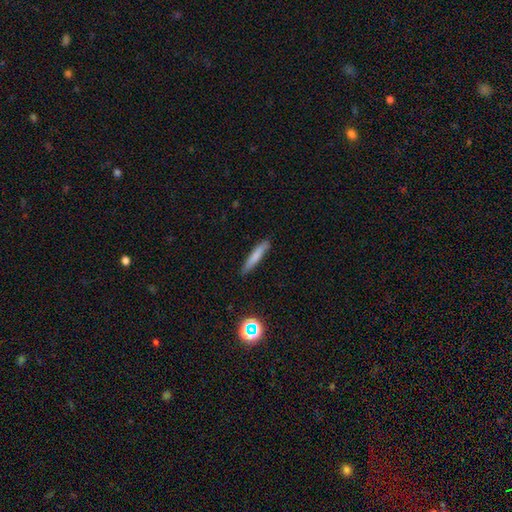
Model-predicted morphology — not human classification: smooth-or-featured: smooth: 75% | featured or disk: 17% | star or artifact: 8%
  how-rounded: cigar-shaped: 90% | in between: 8% | round: 2%
  merging: none: 85% | minor disturbance: 12% | major disturbance: 2% | merger: 1%